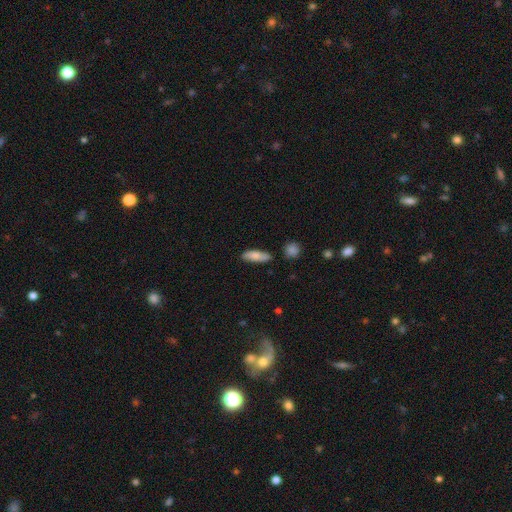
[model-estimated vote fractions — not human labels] Morphology: type=smooth (80%); roundness=in between (58%); merging=none (81%).